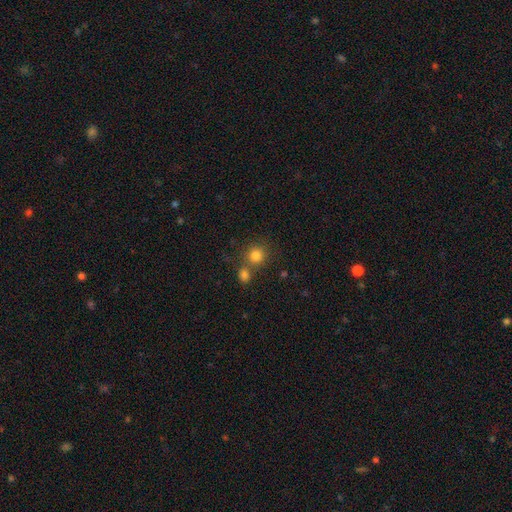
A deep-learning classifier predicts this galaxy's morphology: Overall: smooth (81%). How rounded: round (88%). Merging: none (61%; merger 27%).